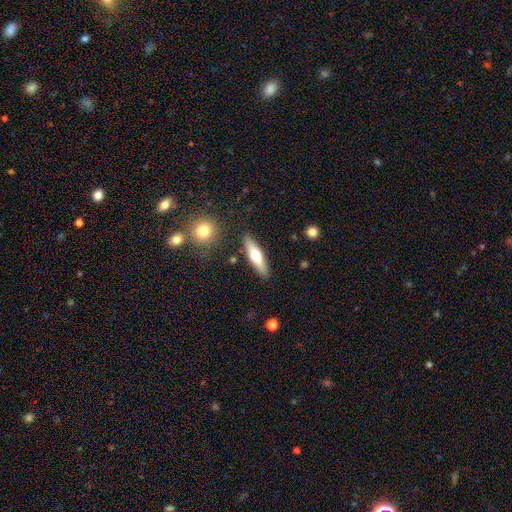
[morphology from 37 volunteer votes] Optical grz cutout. It shows a featured or disk galaxy (49%) viewed edge-on (78%) with a rounded central bulge (100%). Merging: none (89%).